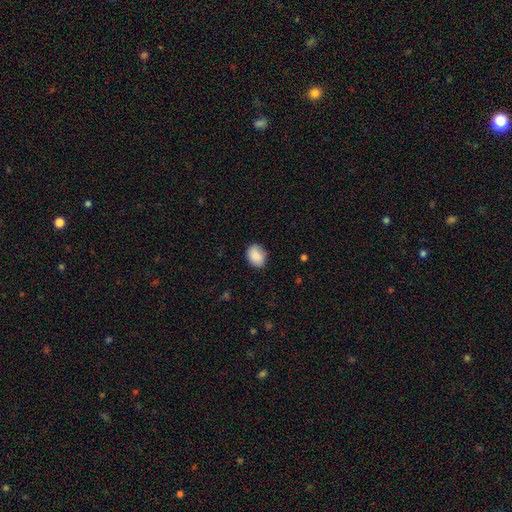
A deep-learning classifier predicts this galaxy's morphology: smooth 88%, star or artifact 7%, featured or disk 5%. Down the decision tree: how rounded — in between (62%); merging — none (80%).